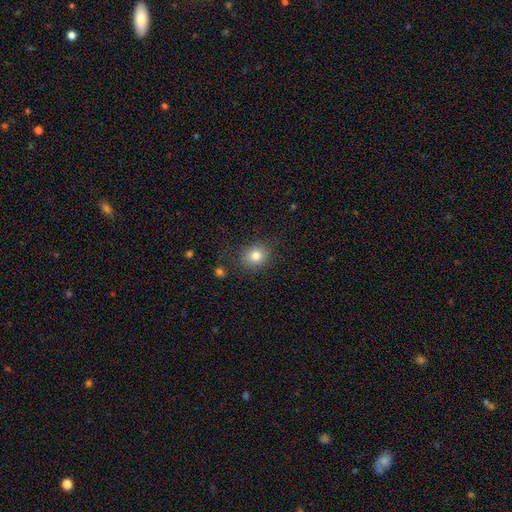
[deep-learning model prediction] smooth 81%, star or artifact 11%, featured or disk 8%. Down the decision tree: how rounded — round (69%); merging — none (83%).